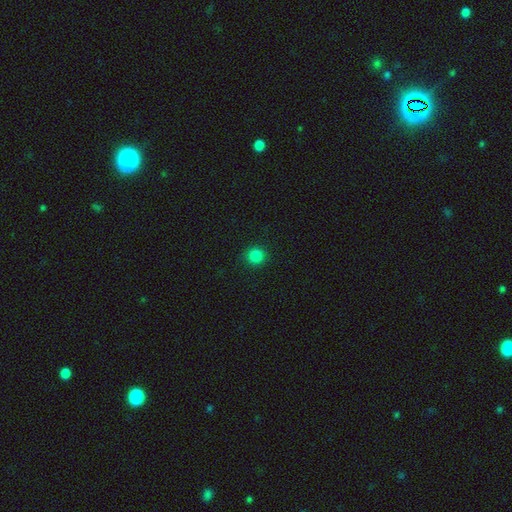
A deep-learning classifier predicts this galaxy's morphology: Smooth or featured? Predicted: smooth (p=0.84). How rounded? Predicted: round (p=0.93). Merging? Predicted: none (p=0.91).